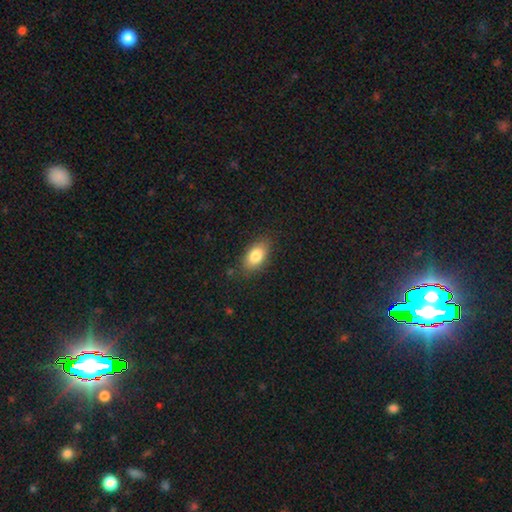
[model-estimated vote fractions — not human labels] A smooth galaxy with no disk features (82%) that is in between round and cigar-shaped (90%).

Vote fractions:
- Smooth or featured? smooth: 82% / featured or disk: 11% / star or artifact: 8%
- How rounded? in between: 90% / round: 6% / cigar-shaped: 4%
- Merging? none: 82% / minor disturbance: 13% / major disturbance: 3% / merger: 1%